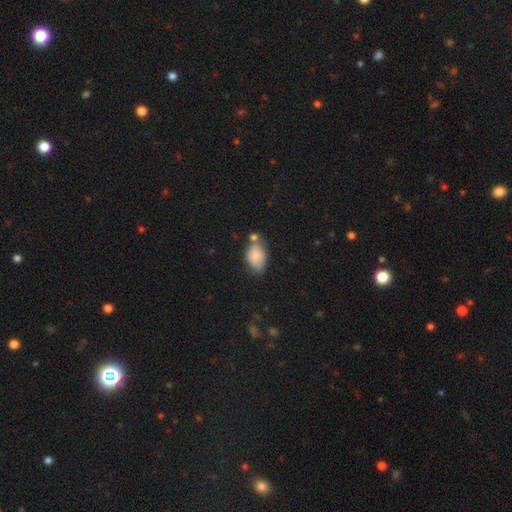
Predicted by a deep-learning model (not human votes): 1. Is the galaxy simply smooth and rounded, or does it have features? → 83% smooth, 10% featured or disk, 7% star or artifact.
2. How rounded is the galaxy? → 88% in between, 10% round, 2% cigar-shaped.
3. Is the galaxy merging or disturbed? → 48% none, 27% minor disturbance, 18% merger, 7% major disturbance.